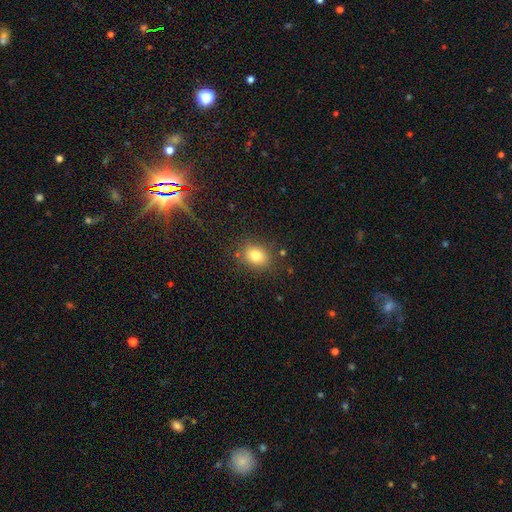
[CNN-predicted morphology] Overall: smooth (79%). How rounded: in between (57%; round 42%). Merging: none (82%).